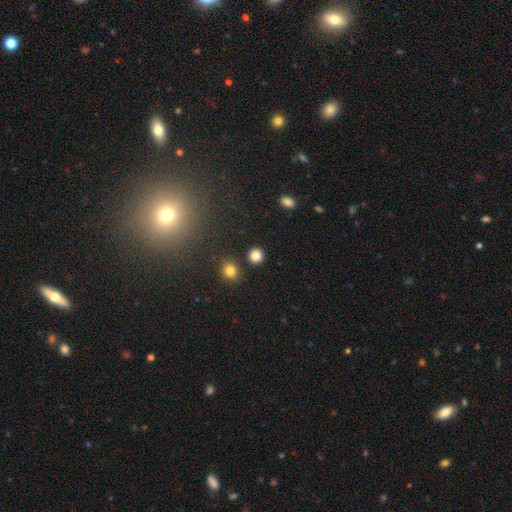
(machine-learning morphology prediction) Q: Smooth or featured?
A: smooth (83%); runner-up: star or artifact (12%)
Q: How rounded?
A: round (90%); runner-up: in between (9%)
Q: Merging?
A: none (87%); runner-up: minor disturbance (6%)